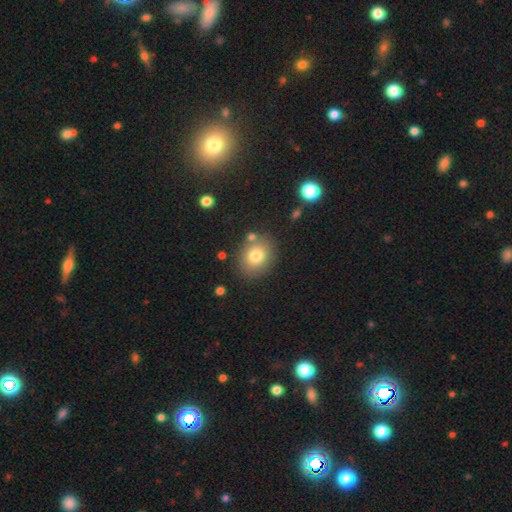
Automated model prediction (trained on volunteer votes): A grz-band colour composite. It shows a smooth galaxy with no disk features (77%) that is round (60%). Merging: none (80%).